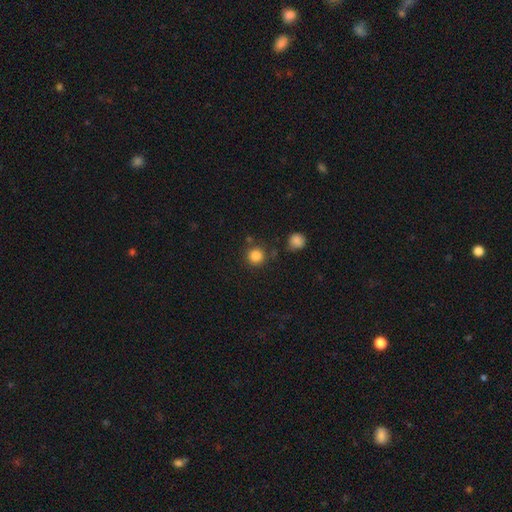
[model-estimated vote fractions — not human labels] This appears to be a smooth galaxy with no disk features (84%) that is round (94%). Merging: none (82%).